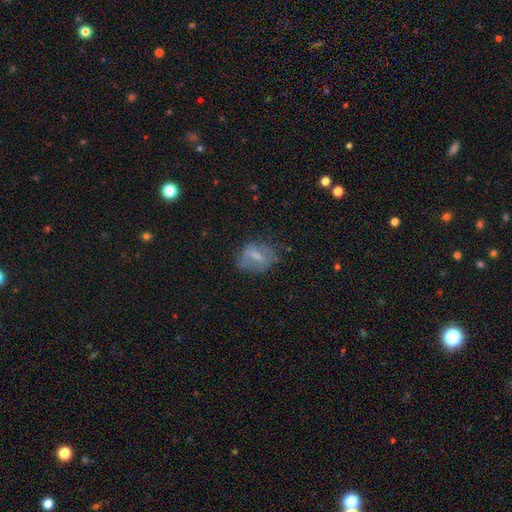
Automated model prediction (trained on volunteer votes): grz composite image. It shows a smooth galaxy with no disk features (49%). Merging: none (57%).